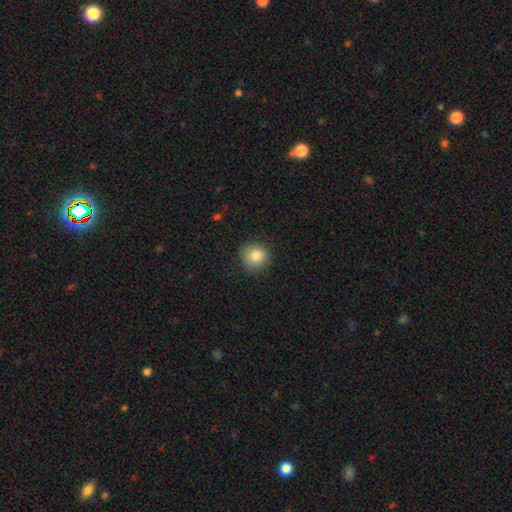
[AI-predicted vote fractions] A smooth galaxy with no disk features (82%) that is round (91%). Merging: none (86%).